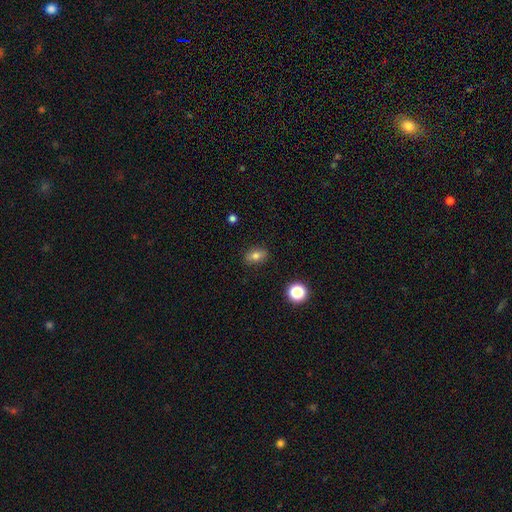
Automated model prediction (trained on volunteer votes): smooth-or-featured: smooth: 76% | featured or disk: 12% | star or artifact: 11%
  how-rounded: in between: 78% | round: 18% | cigar-shaped: 4%
  merging: none: 87% | minor disturbance: 10% | major disturbance: 2% | merger: 1%